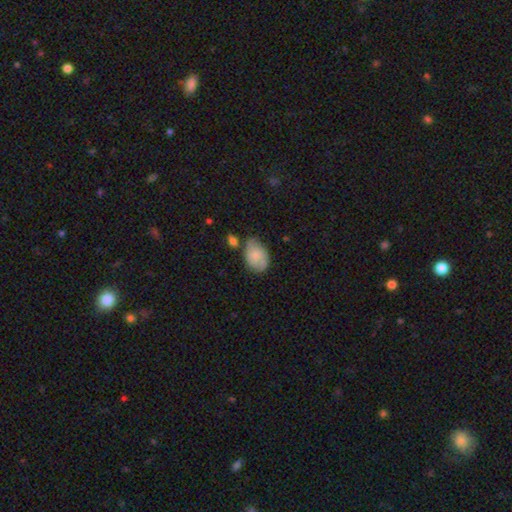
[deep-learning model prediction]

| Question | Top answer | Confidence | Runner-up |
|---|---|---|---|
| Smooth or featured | smooth | 68% | featured or disk (25%) |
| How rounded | in between | 82% | round (16%) |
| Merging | none | 54% | minor disturbance (29%) |